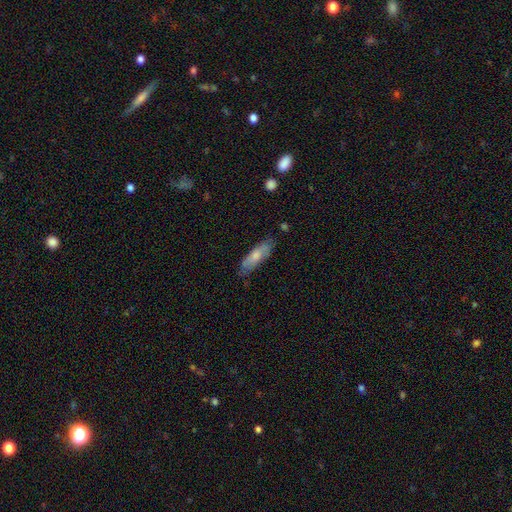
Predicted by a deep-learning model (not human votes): The model was most divided on "how rounded": cigar-shaped: 52%, in between: 46%, round: 2%. More confident: merging — none (74%); smooth or featured — smooth (66%).